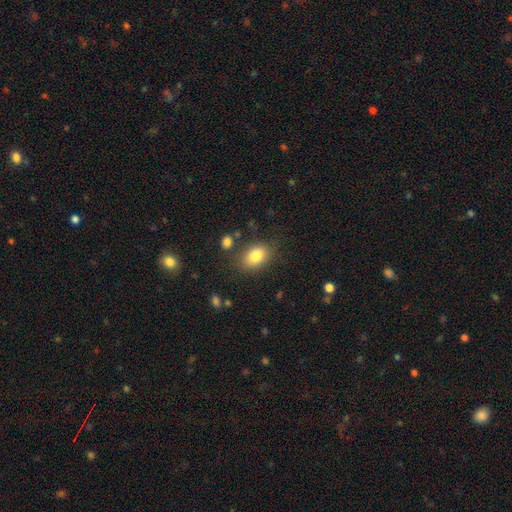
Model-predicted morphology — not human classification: Q: Smooth or featured?
A: smooth (82%); runner-up: featured or disk (9%)
Q: How rounded?
A: in between (78%); runner-up: round (21%)
Q: Merging?
A: none (78%); runner-up: minor disturbance (13%)